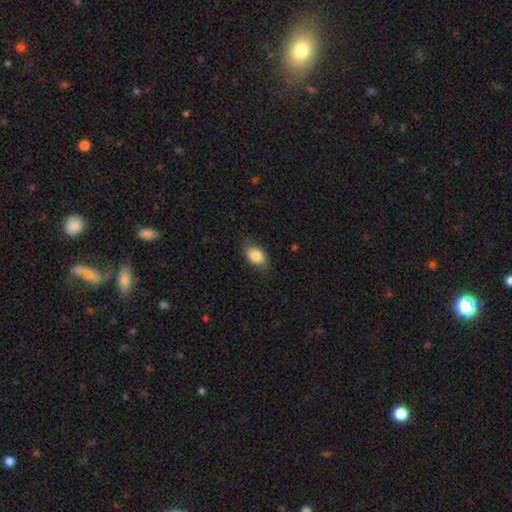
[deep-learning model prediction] Smooth or featured? smooth (83%)
How rounded? in between (87%)
Merging? none (76%)